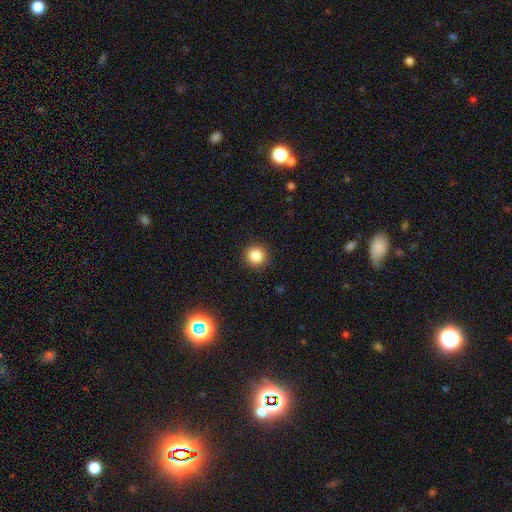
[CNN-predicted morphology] The model was most divided on "smooth or featured": smooth: 85%, star or artifact: 11%, featured or disk: 4%. More confident: how rounded — round (94%); merging — none (91%).